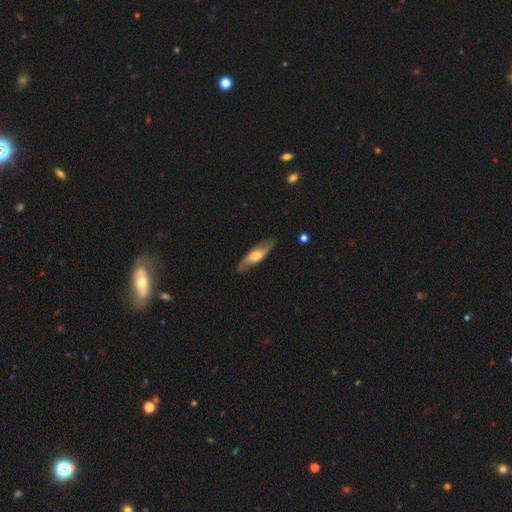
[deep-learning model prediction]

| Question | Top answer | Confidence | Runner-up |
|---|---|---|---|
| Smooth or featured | featured or disk | 53% | smooth (42%) |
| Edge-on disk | no | 51% | yes (49%) |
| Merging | none | 84% | minor disturbance (12%) |